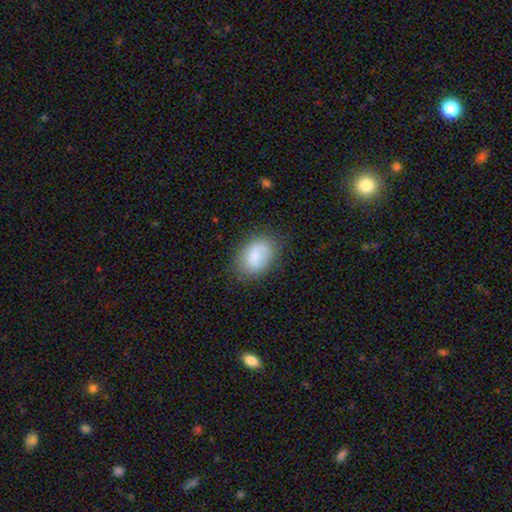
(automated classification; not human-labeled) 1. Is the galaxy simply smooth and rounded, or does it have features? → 80% smooth, 12% featured or disk, 8% star or artifact.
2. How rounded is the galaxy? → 80% in between, 19% round, 1% cigar-shaped.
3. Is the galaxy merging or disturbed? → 73% none, 19% minor disturbance, 7% major disturbance, 2% merger.